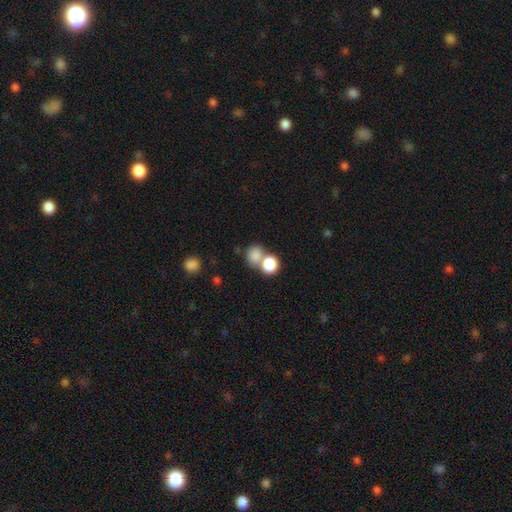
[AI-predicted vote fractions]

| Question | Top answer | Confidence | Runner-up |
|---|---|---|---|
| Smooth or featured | smooth | 81% | star or artifact (11%) |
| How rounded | round | 67% | in between (32%) |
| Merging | merger | 49% | none (38%) |